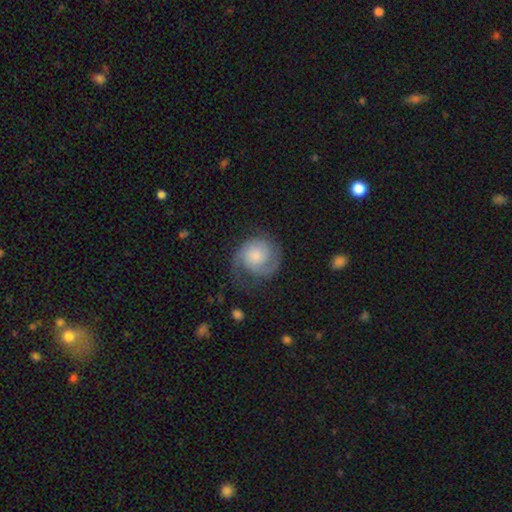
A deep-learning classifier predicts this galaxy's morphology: Overall: featured or disk (72%). Edge-on disk: no (98%). Bar: no (75%). Spiral arms: yes (95%). Spiral arm count: 2 (74%). Spiral winding: tight (47%; medium 39%). Bulge size: small (35%; moderate 30%). Merging: none (62%).